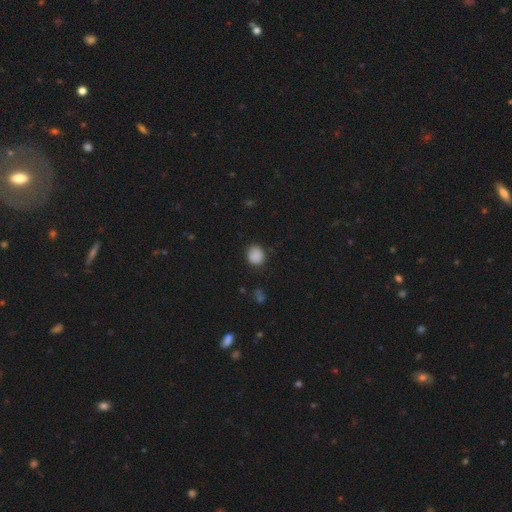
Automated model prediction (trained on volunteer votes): smooth-or-featured: smooth: 87% | star or artifact: 10% | featured or disk: 4%
  how-rounded: round: 73% | in between: 26% | cigar-shaped: 1%
  merging: none: 82% | minor disturbance: 14% | major disturbance: 3% | merger: 1%